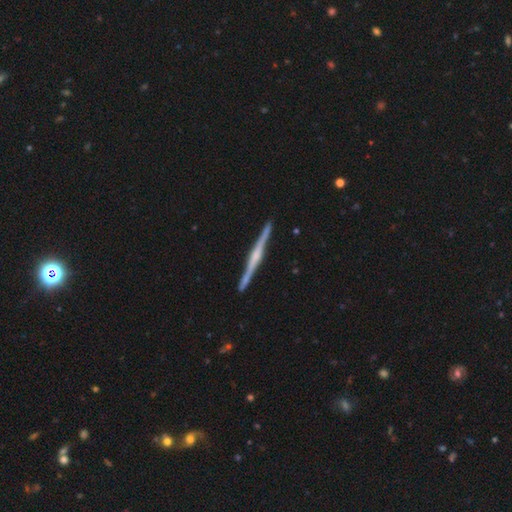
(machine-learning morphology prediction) featured or disk 83%, smooth 12%, star or artifact 5%. Down the decision tree: edge-on disk — yes (99%); edge-on bulge — rounded (60%); merging — none (92%).